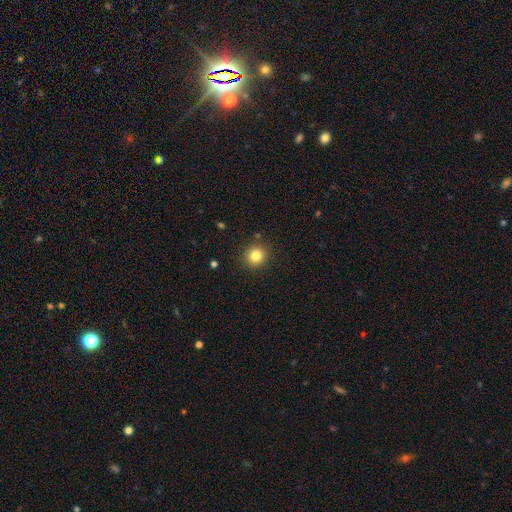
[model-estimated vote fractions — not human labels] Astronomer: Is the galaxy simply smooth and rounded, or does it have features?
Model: smooth — 82%.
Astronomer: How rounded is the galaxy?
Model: round — 91%.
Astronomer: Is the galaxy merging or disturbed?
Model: none — 89%.